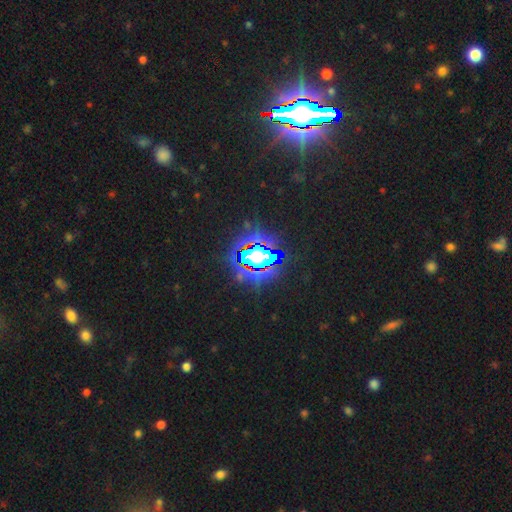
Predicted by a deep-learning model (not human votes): This is likely a star or artifact rather than a galaxy (78%).